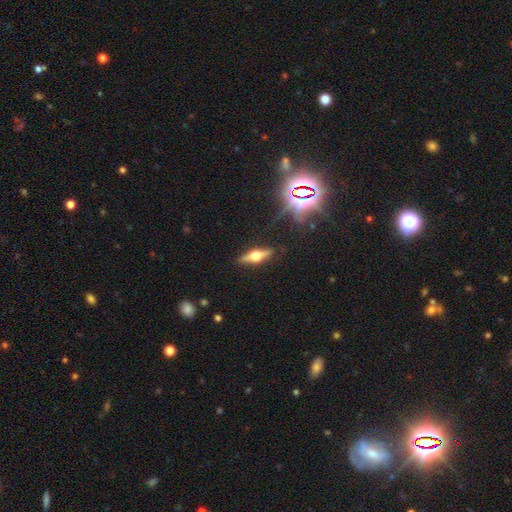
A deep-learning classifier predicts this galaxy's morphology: The model was most divided on "smooth or featured": featured or disk: 62%, smooth: 28%, star or artifact: 10%. More confident: edge-on disk — yes (94%); edge-on bulge — rounded (94%); merging — none (87%).